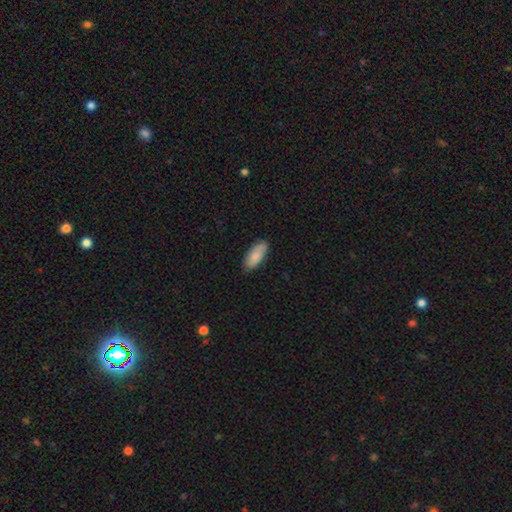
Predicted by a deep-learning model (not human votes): Overall: smooth (83%). How rounded: in between (84%). Merging: none (83%).